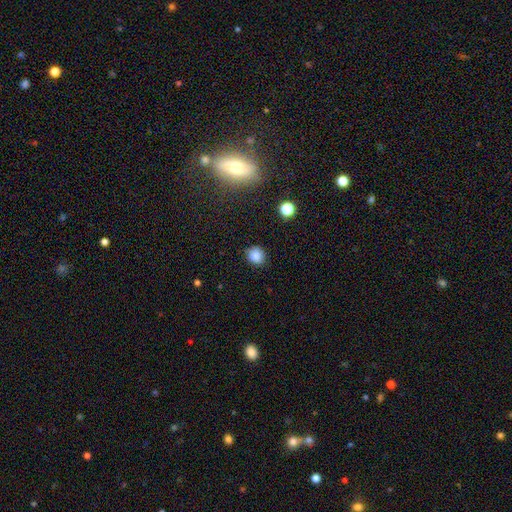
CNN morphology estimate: A smooth galaxy with no disk features (82%) that is round (79%).

Vote fractions:
- Smooth or featured? smooth: 82% / star or artifact: 12% / featured or disk: 6%
- How rounded? round: 79% / in between: 20% / cigar-shaped: 1%
- Merging? none: 86% / minor disturbance: 10% / major disturbance: 2% / merger: 1%